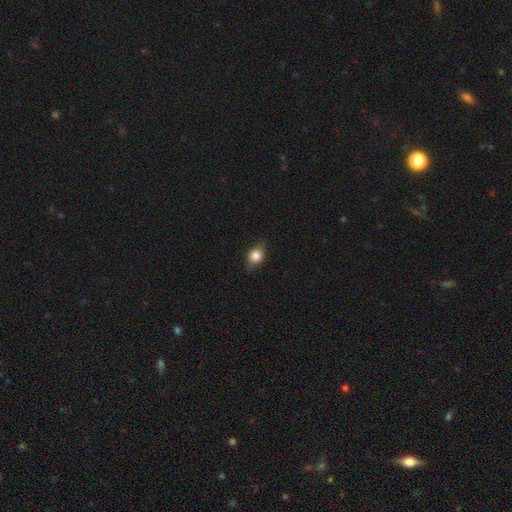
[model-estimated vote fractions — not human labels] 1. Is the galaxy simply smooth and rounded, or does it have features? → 75% smooth, 16% featured or disk, 9% star or artifact.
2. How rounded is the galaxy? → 57% in between, 39% round, 4% cigar-shaped.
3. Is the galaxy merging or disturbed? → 78% none, 17% minor disturbance, 4% major disturbance, 1% merger.